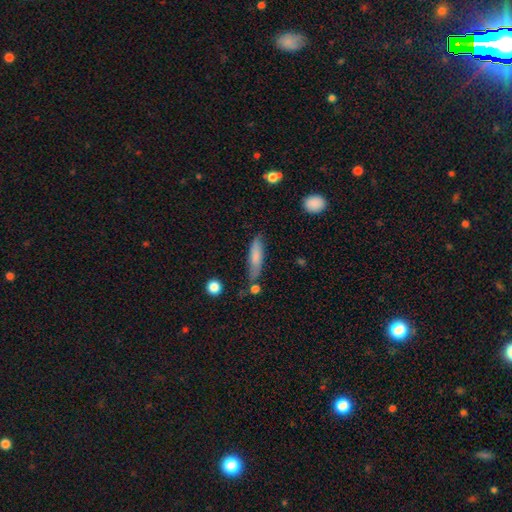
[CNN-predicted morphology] A smooth galaxy with no disk features (74%) that is cigar-shaped (71%). Merging: none (67%).